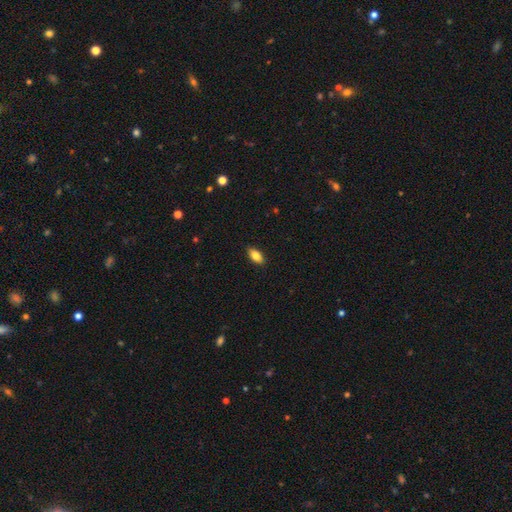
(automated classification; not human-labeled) smooth-or-featured: smooth: 83% | featured or disk: 9% | star or artifact: 7%
  how-rounded: in between: 90% | cigar-shaped: 6% | round: 4%
  merging: none: 89% | minor disturbance: 9% | major disturbance: 2% | merger: 1%